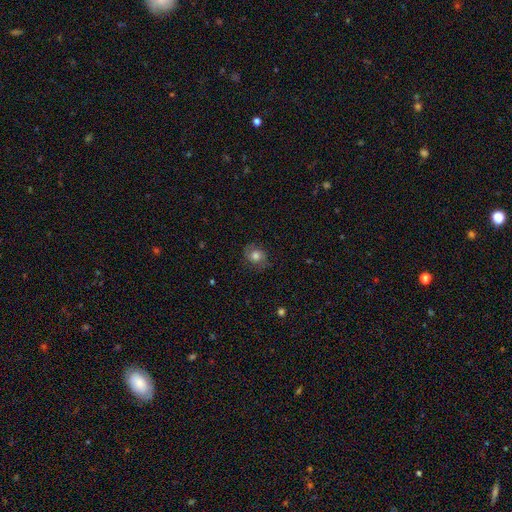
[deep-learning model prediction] A smooth galaxy with no disk features (71%) that is round (70%). Merging: none (76%).